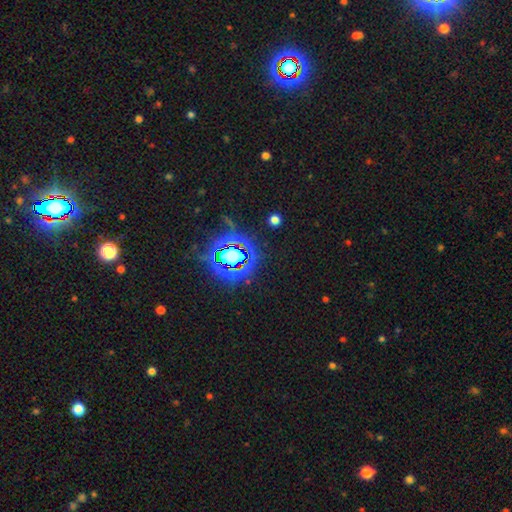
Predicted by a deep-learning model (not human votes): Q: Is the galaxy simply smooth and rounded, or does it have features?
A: star or artifact — 83%.